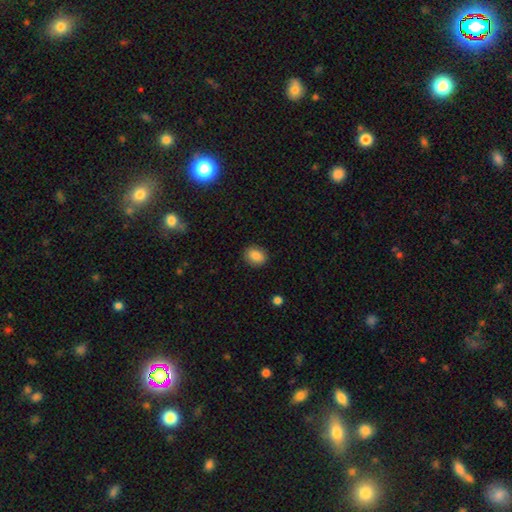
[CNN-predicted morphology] Smooth or featured? smooth (86%)
How rounded? round (50%)
Merging? none (89%)